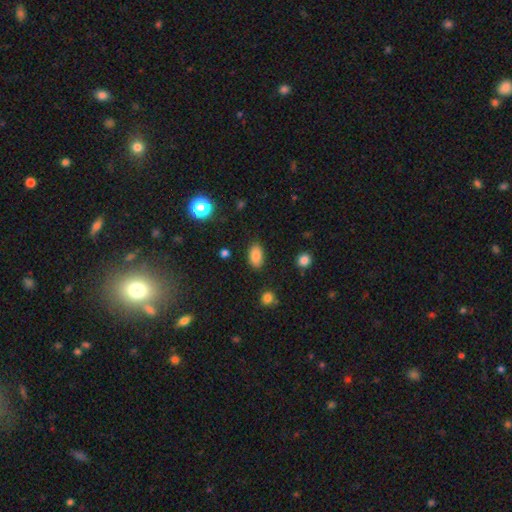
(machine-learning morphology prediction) A smooth galaxy with no disk features (84%) that is in between round and cigar-shaped (91%).

Vote fractions:
- Smooth or featured? smooth: 84% / star or artifact: 10% / featured or disk: 6%
- How rounded? in between: 91% / round: 7% / cigar-shaped: 3%
- Merging? none: 86% / minor disturbance: 10% / major disturbance: 3% / merger: 2%